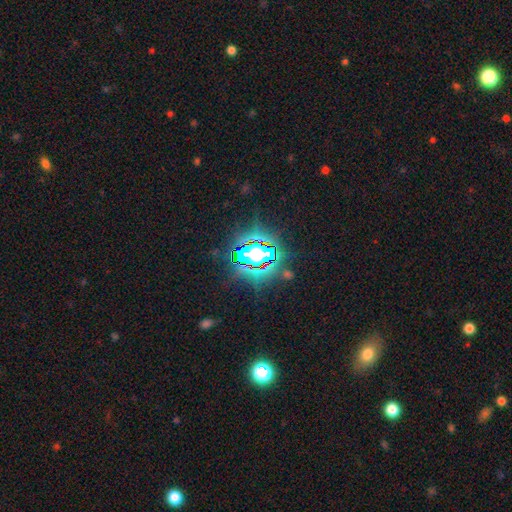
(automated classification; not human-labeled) star or artifact 78%, smooth 12%, featured or disk 10%.